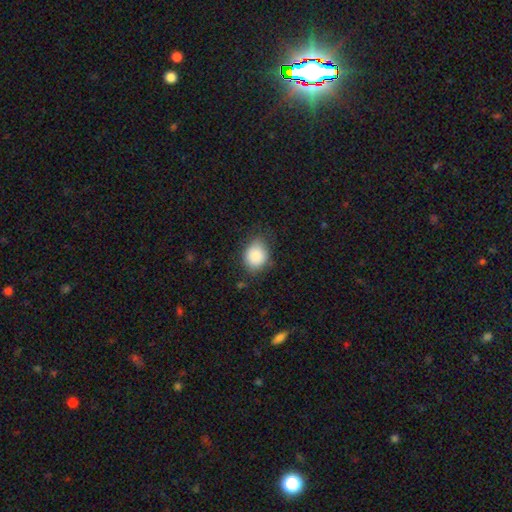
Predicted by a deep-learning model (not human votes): Overall: smooth (87%). How rounded: in between (52%; round 48%). Merging: none (69%).